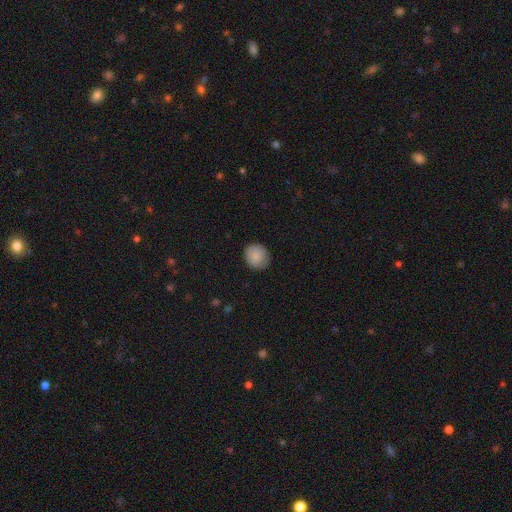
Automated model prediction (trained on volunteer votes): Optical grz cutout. It shows a smooth galaxy with no disk features (87%) that is round (86%). Merging: none (83%).